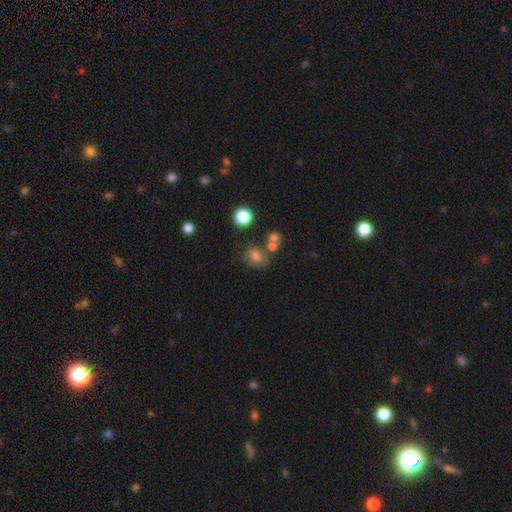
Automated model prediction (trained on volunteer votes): Q: Smooth or featured?
A: smooth (69%); runner-up: star or artifact (17%)
Q: How rounded?
A: in between (60%); runner-up: round (38%)
Q: Merging?
A: none (53%); runner-up: merger (19%)